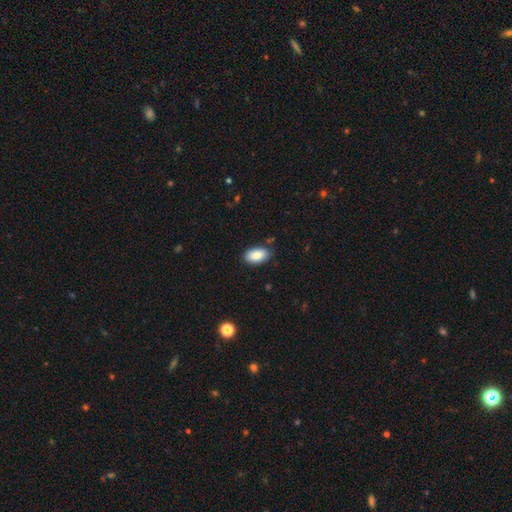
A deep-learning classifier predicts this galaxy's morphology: type=smooth (88%); roundness=in between (94%); merging=none (84%).